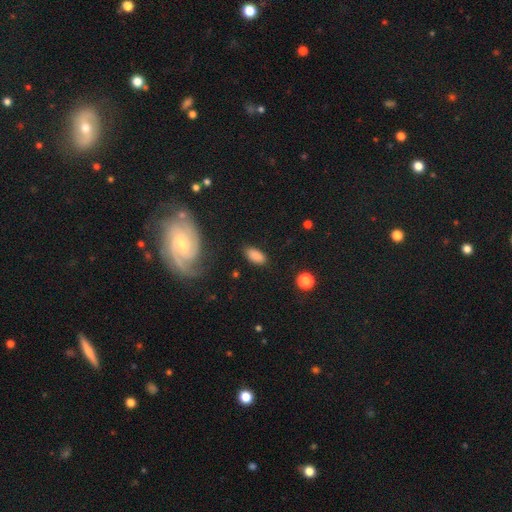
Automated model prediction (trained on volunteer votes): Smooth or featured? smooth (82%)
How rounded? in between (92%)
Merging? none (79%)